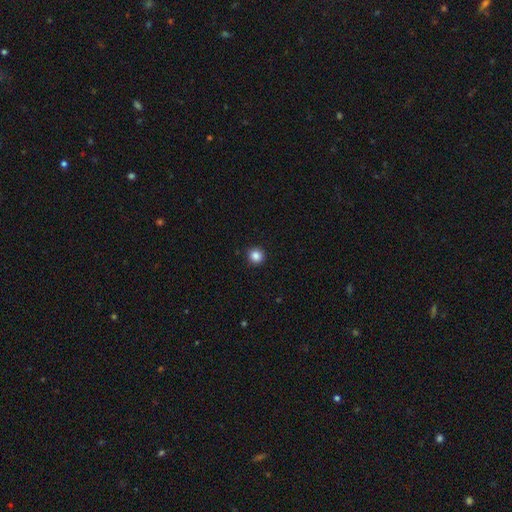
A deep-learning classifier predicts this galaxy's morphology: A smooth galaxy with no disk features (86%) that is round (93%). Merging: none (93%).